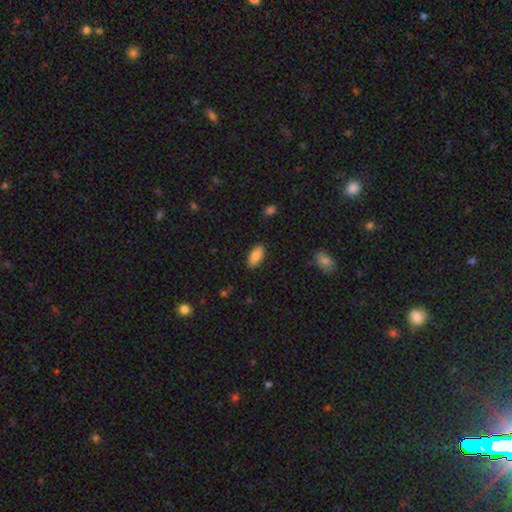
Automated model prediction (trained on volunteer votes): This is clearly a smooth galaxy (85%). How rounded: clearly in between (91%). Merging: clearly none (87%).